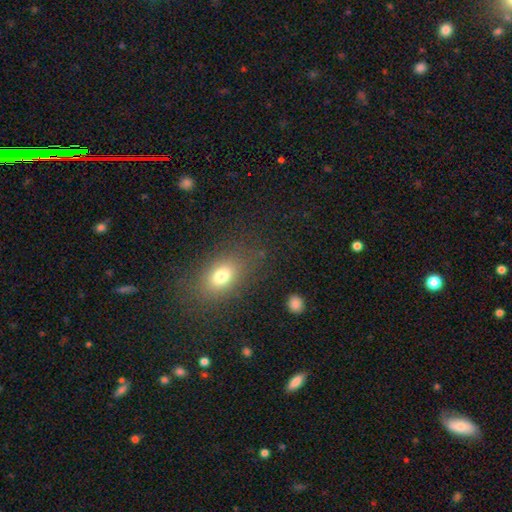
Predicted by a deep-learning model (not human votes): smooth-or-featured: smooth: 66% | star or artifact: 24% | featured or disk: 10%
  how-rounded: in between: 66% | round: 31% | cigar-shaped: 3%
  merging: none: 85% | minor disturbance: 9% | major disturbance: 4% | merger: 2%